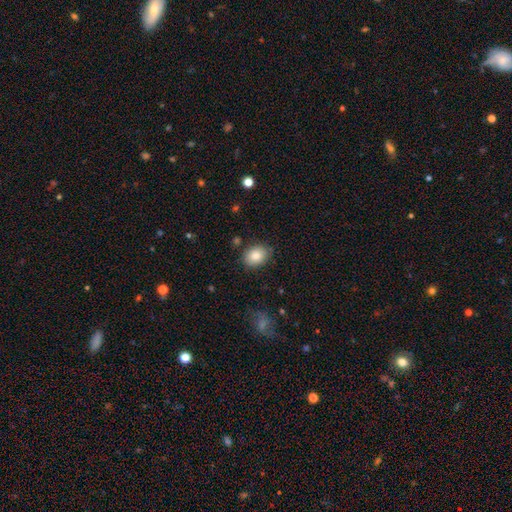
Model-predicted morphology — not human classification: The model was most divided on "how rounded": in between: 63%, round: 36%, cigar-shaped: 1%. More confident: smooth or featured — smooth (84%); merging — none (84%).